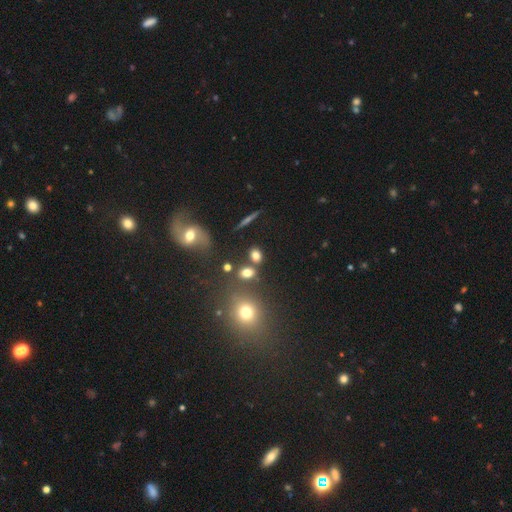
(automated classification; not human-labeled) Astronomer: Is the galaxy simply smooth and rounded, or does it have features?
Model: smooth — 74%.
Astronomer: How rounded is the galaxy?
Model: in between — 64%.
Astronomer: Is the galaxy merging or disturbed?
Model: none — 67%.